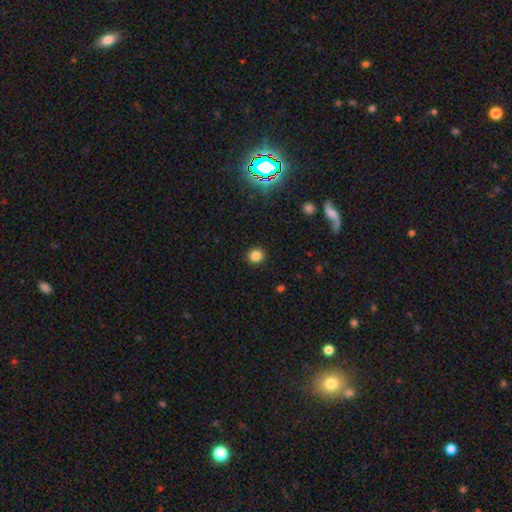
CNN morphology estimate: Smooth or featured: smooth — 83% (star or artifact — 12%)
How rounded: round — 90% (in between — 9%)
Merging: none — 92% (minor disturbance — 5%)